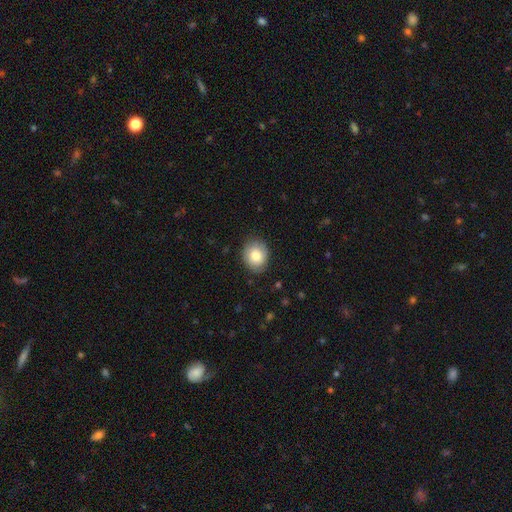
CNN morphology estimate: Q: Smooth or featured?
A: smooth (78%); runner-up: featured or disk (15%)
Q: How rounded?
A: round (60%); runner-up: in between (39%)
Q: Merging?
A: none (82%); runner-up: minor disturbance (13%)